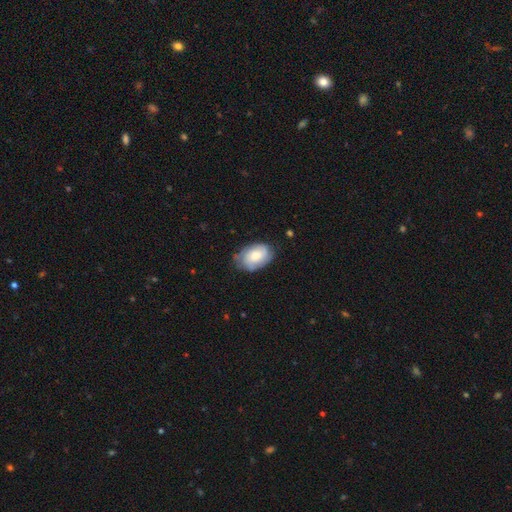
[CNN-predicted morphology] This is possibly a smooth galaxy (53%). How rounded: clearly in between (87%). Merging: likely none (70%).